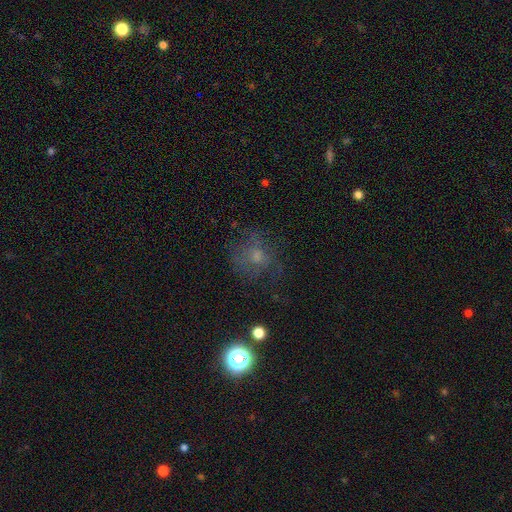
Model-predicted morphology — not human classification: This appears to be a smooth galaxy with no disk features (49%). Merging: none (56%).